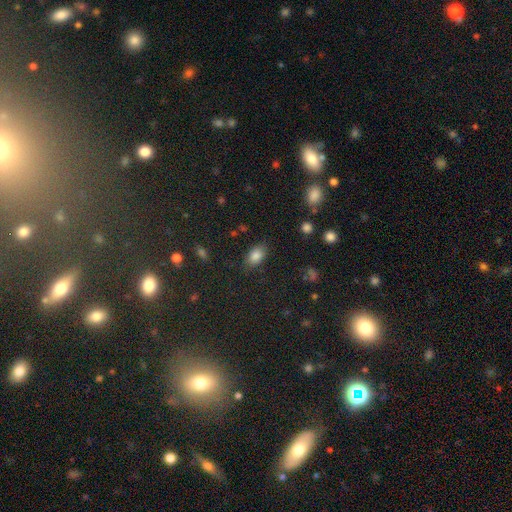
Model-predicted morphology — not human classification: smooth-or-featured: smooth: 82% | star or artifact: 10% | featured or disk: 7%
  how-rounded: in between: 88% | round: 10% | cigar-shaped: 2%
  merging: none: 81% | minor disturbance: 14% | major disturbance: 4% | merger: 1%